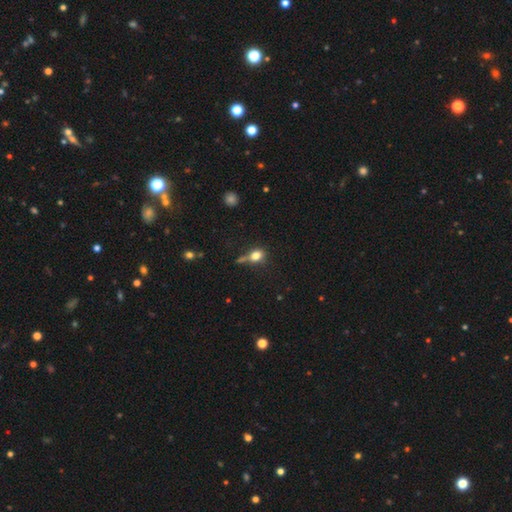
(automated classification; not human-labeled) This appears to be a smooth galaxy with no disk features (76%) that is in between round and cigar-shaped (53%). Merging: none (47%).